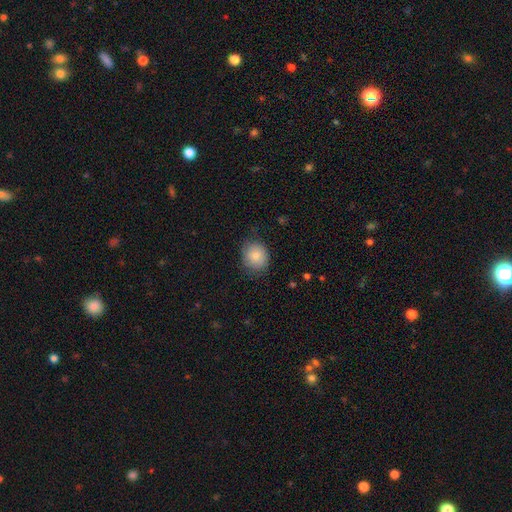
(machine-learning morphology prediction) Smooth or featured? smooth (82%)
How rounded? round (73%)
Merging? none (77%)